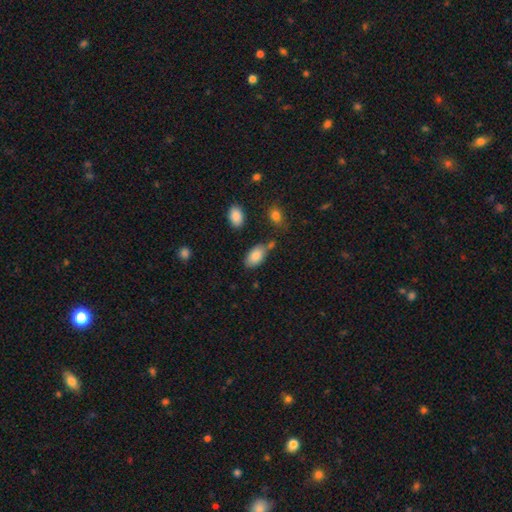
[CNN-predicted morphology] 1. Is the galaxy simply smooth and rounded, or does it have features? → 85% smooth, 8% featured or disk, 7% star or artifact.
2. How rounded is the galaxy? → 94% in between, 4% round, 2% cigar-shaped.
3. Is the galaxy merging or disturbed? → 70% none, 17% minor disturbance, 9% merger, 4% major disturbance.